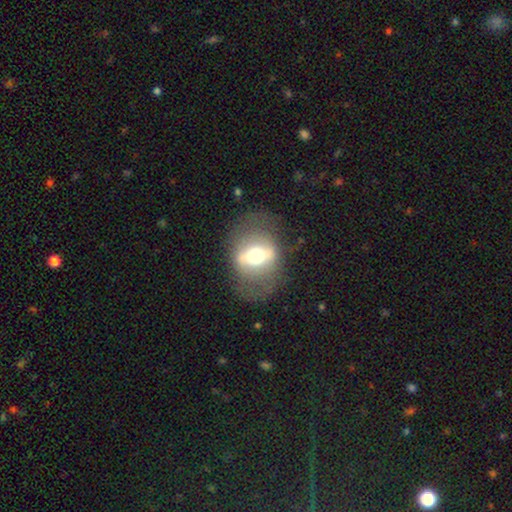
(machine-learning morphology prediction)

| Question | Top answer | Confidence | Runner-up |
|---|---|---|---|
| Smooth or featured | featured or disk | 58% | smooth (34%) |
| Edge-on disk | no | 78% | yes (22%) |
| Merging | none | 69% | minor disturbance (16%) |